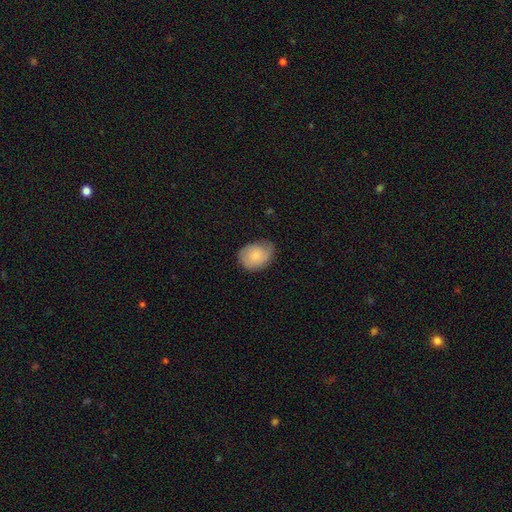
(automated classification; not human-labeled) Morphology: type=smooth (74%); roundness=in between (62%); merging=none (60%).